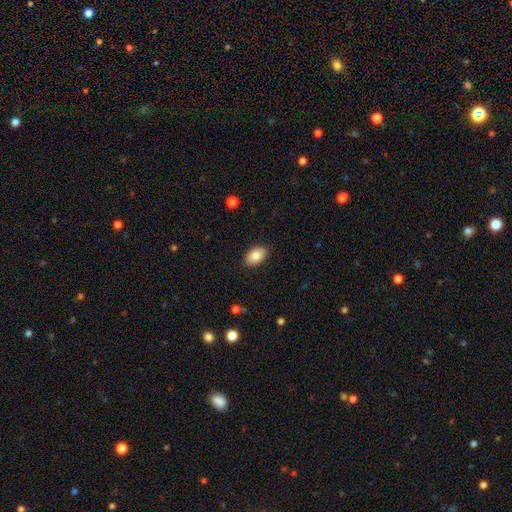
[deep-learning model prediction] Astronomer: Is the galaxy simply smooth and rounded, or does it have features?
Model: smooth — 84%.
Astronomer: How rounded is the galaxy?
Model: in between — 90%.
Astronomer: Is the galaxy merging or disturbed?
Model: none — 88%.